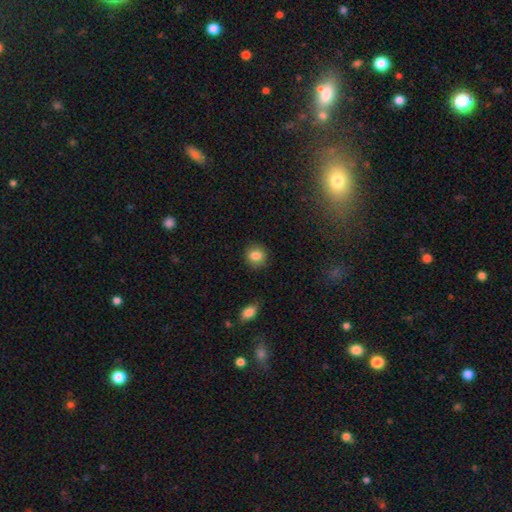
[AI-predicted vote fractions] The model was most divided on "how rounded": round: 82%, in between: 17%, cigar-shaped: 1%. More confident: merging — none (89%); smooth or featured — smooth (84%).